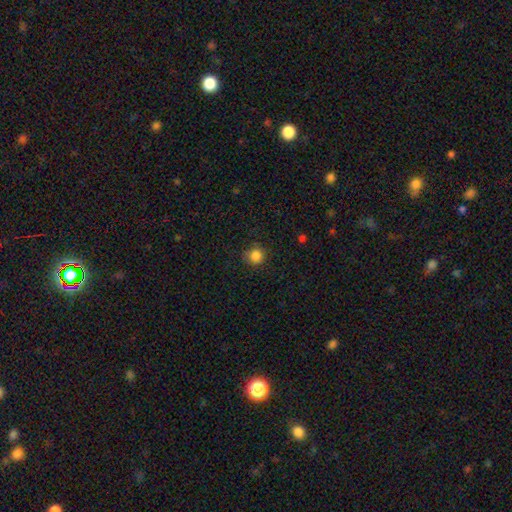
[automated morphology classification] This is clearly a smooth galaxy (85%). How rounded: clearly round (92%). Merging: clearly none (82%).